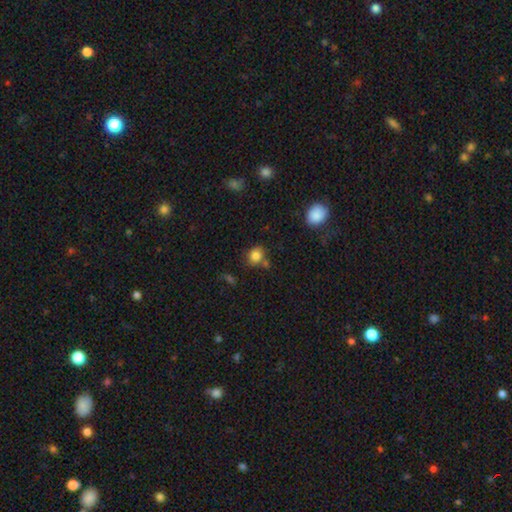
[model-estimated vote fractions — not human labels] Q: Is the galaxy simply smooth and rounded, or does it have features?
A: smooth — 83%.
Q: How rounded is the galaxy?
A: round — 73%.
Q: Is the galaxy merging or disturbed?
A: none — 67%.